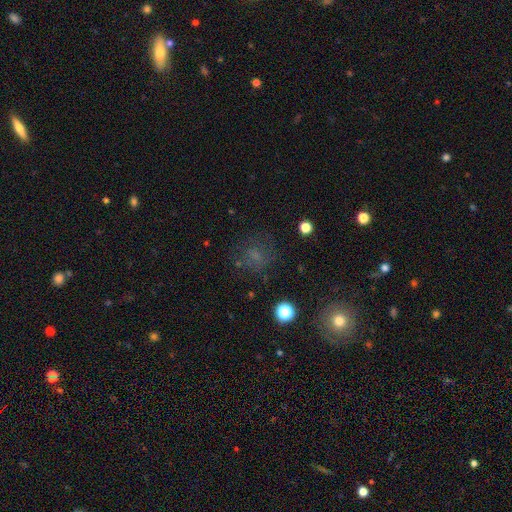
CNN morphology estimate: This appears to be a smooth galaxy with no disk features (55%) that is round (76%). Merging: none (67%).